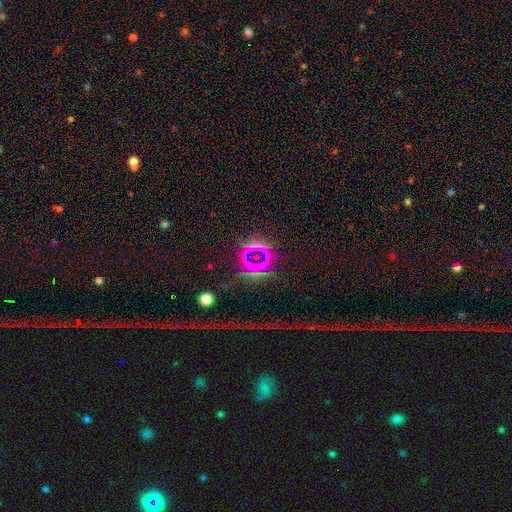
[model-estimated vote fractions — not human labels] A star or artifact, not a galaxy (79%).